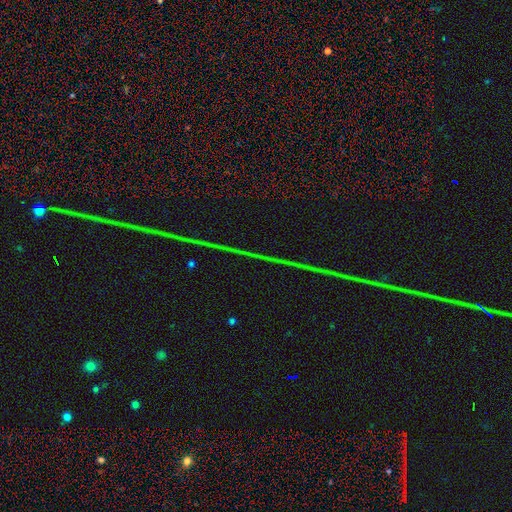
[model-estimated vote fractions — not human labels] A star or artifact, not a galaxy (88%).

Vote fractions:
- Smooth or featured? star or artifact: 88% / featured or disk: 7% / smooth: 5%